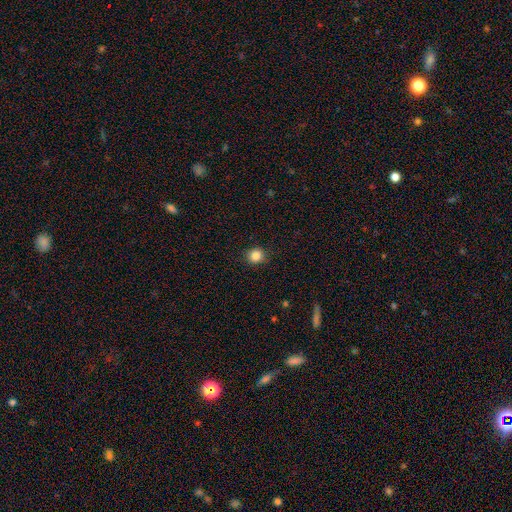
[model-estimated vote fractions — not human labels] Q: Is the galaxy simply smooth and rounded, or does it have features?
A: smooth — 85%.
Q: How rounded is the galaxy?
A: round — 86%.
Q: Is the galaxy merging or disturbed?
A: none — 89%.